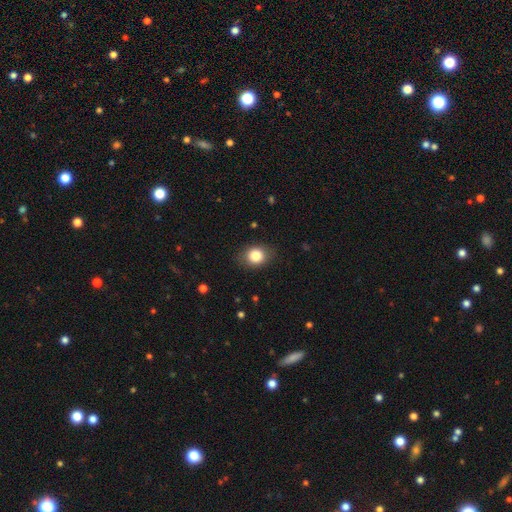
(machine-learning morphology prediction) smooth-or-featured: smooth: 83% | star or artifact: 10% | featured or disk: 7%
  how-rounded: round: 57% | in between: 42% | cigar-shaped: 1%
  merging: none: 84% | minor disturbance: 12% | major disturbance: 3% | merger: 1%